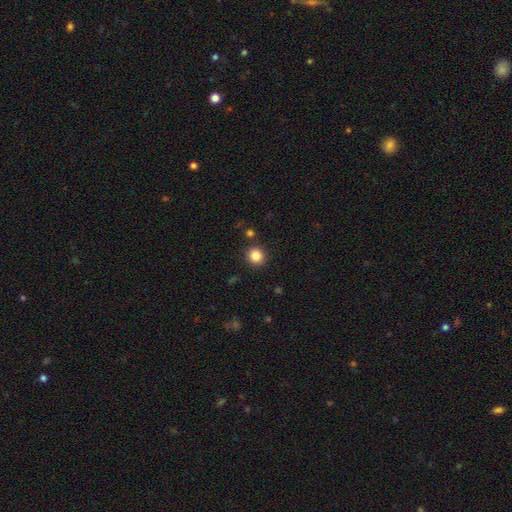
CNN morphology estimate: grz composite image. It shows a smooth galaxy with no disk features (85%) that is round (91%). Merging: none (90%).